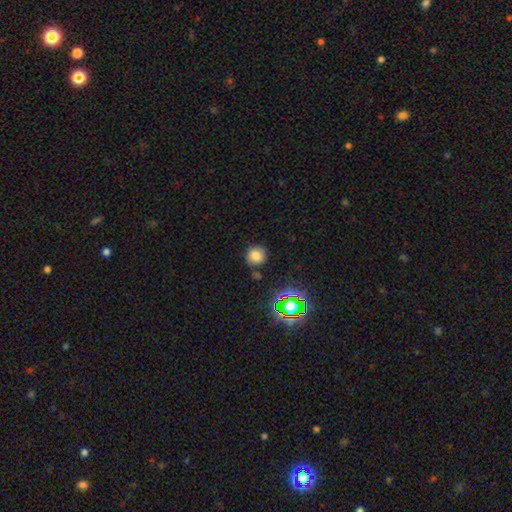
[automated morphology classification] smooth 76%, star or artifact 17%, featured or disk 7%. Down the decision tree: how rounded — round (91%); merging — none (83%).